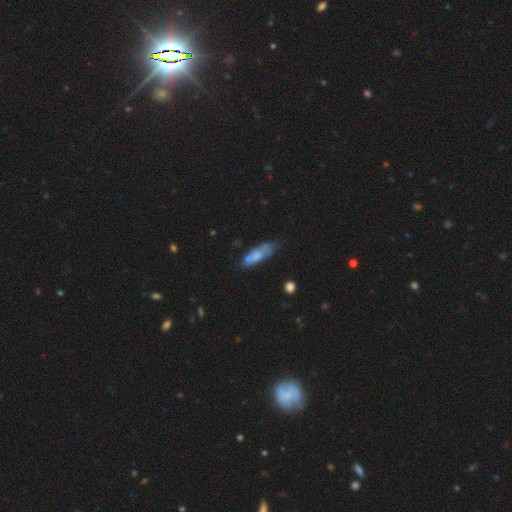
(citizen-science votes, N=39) Smooth or featured: featured or disk — 54% (smooth — 36%)
Edge-on disk: no — 86% (yes — 14%)
Bar: no — 78% (weak — 17%)
Spiral arms: no — 89% (yes — 11%)
Bulge size: none — 50% (moderate — 28%)
Merging: minor disturbance — 37% (none — 26%)